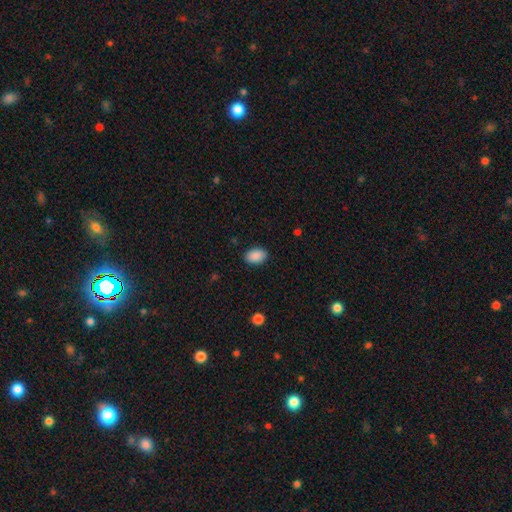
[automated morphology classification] This appears to be a smooth galaxy with no disk features (90%) that is in between round and cigar-shaped (86%). Merging: none (88%).